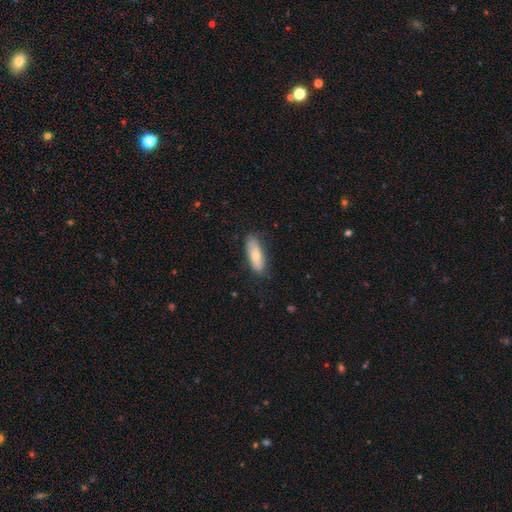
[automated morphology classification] smooth-or-featured: smooth: 72% | featured or disk: 22% | star or artifact: 6%
  how-rounded: in between: 67% | cigar-shaped: 30% | round: 2%
  merging: none: 74% | minor disturbance: 20% | major disturbance: 4% | merger: 1%